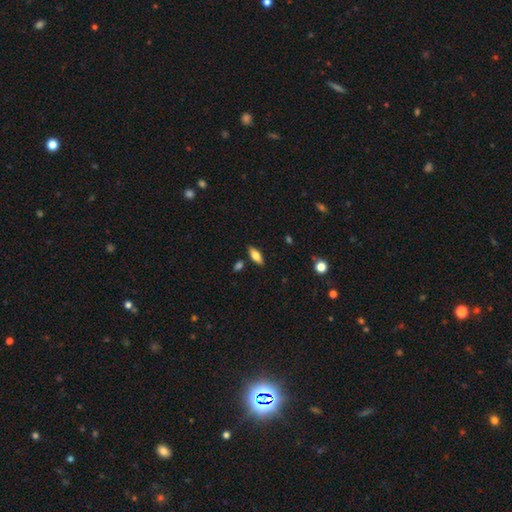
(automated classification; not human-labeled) smooth 70%, featured or disk 23%, star or artifact 7%. Down the decision tree: how rounded — in between (78%); merging — none (84%).